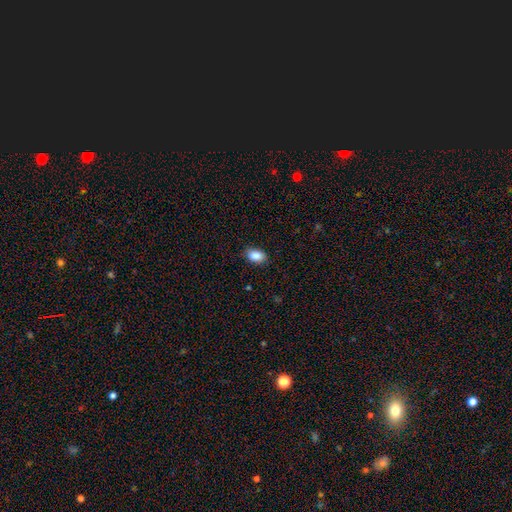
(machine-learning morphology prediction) type=smooth (88%); roundness=in between (90%); merging=none (85%).